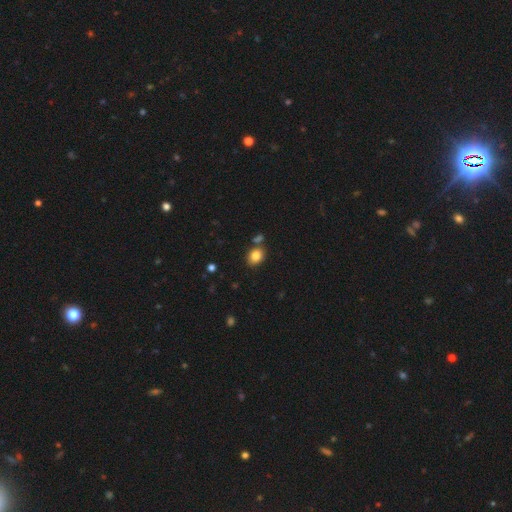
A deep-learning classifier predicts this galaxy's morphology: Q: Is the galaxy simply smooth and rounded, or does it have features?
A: smooth — 84%.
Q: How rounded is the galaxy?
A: in between — 55%.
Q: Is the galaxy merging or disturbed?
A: none — 72%.